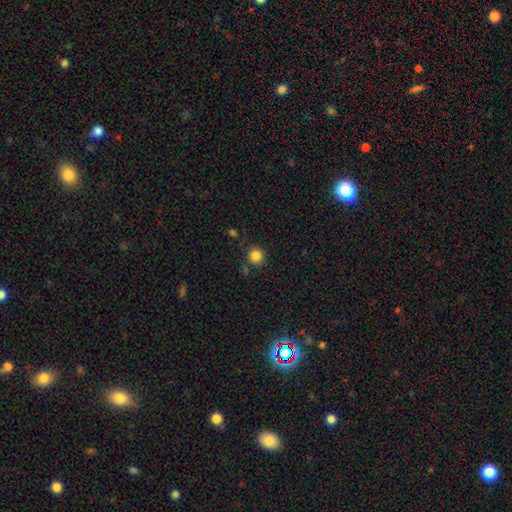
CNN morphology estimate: Smooth or featured? smooth (84%)
How rounded? round (93%)
Merging? none (83%)